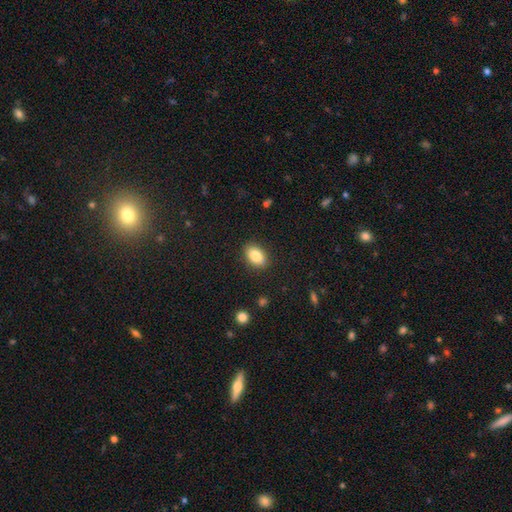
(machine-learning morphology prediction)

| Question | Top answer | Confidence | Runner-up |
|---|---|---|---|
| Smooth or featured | smooth | 86% | star or artifact (8%) |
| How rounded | in between | 86% | round (13%) |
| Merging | none | 88% | minor disturbance (9%) |